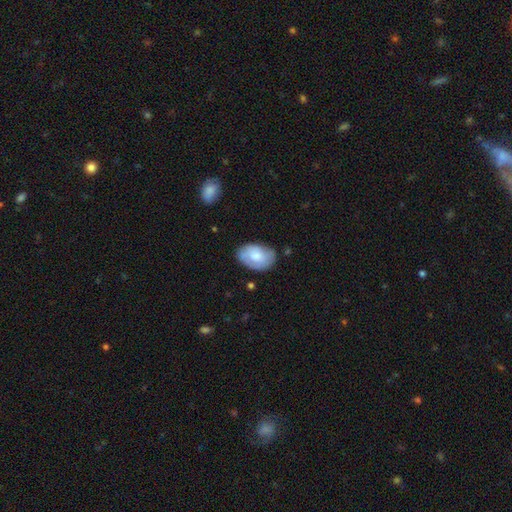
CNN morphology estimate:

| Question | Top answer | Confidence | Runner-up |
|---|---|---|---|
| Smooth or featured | smooth | 60% | featured or disk (34%) |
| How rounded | in between | 88% | round (11%) |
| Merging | none | 70% | minor disturbance (22%) |